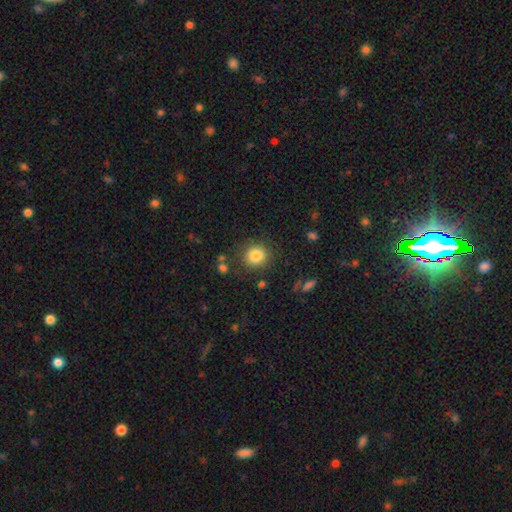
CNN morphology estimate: smooth_or_featured: smooth (p=0.84) [alt: star or artifact p=0.10]
how_rounded: round (p=0.88) [alt: in between p=0.11]
merging: none (p=0.84) [alt: minor disturbance p=0.09]